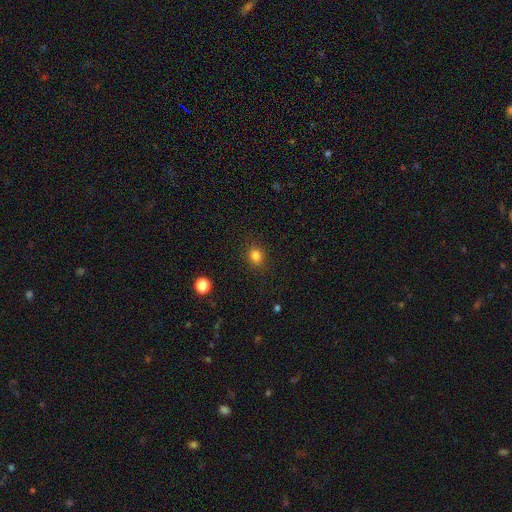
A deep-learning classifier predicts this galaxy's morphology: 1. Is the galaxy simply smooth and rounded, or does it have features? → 82% smooth, 13% star or artifact, 5% featured or disk.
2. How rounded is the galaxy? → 69% round, 30% in between, 1% cigar-shaped.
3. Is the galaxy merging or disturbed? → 88% none, 8% minor disturbance, 3% major disturbance, 1% merger.